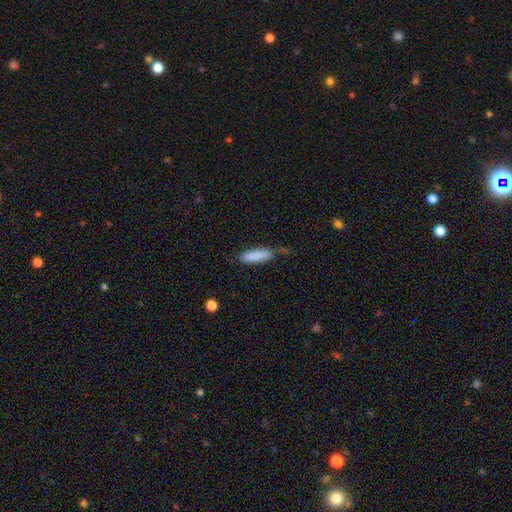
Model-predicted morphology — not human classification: Smooth or featured: smooth — 87% (featured or disk — 7%)
How rounded: cigar-shaped — 67% (in between — 32%)
Merging: none — 58% (minor disturbance — 29%)